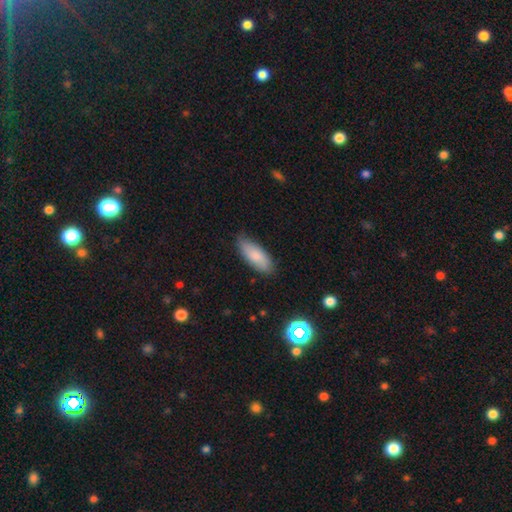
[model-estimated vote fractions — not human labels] smooth_or_featured: smooth (p=0.78) [alt: featured or disk p=0.16]
how_rounded: in between (p=0.79) [alt: cigar-shaped p=0.19]
merging: none (p=0.75) [alt: minor disturbance p=0.21]